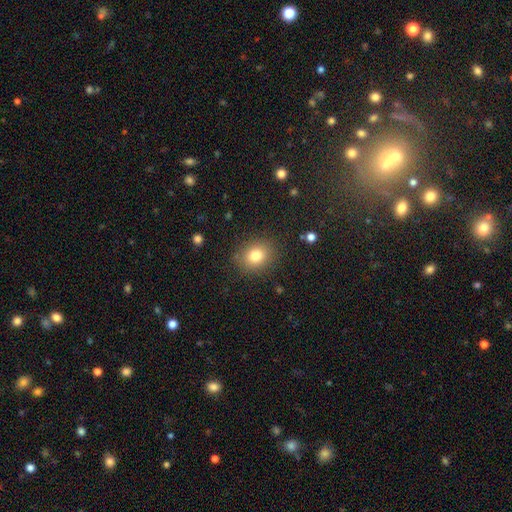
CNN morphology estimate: smooth-or-featured: smooth: 80% | star or artifact: 11% | featured or disk: 9%
  how-rounded: round: 62% | in between: 37% | cigar-shaped: 1%
  merging: none: 85% | minor disturbance: 10% | major disturbance: 3% | merger: 1%